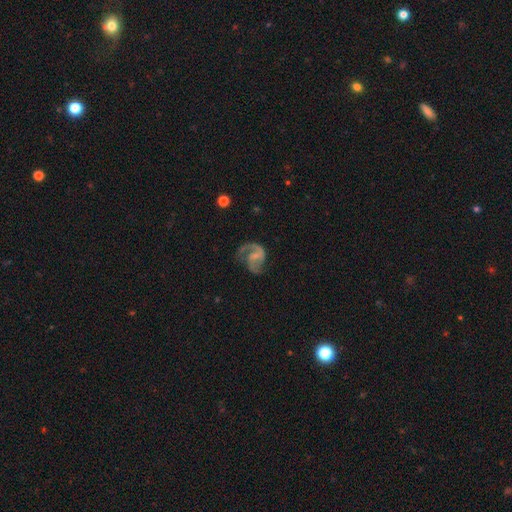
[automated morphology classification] featured or disk 84%, smooth 10%, star or artifact 6%. Down the decision tree: edge-on disk — no (98%); bar — weak (49%); spiral arms — yes (95%); spiral arm count — 2 (79%); spiral winding — medium (52%); bulge size — none (41%); merging — none (58%).